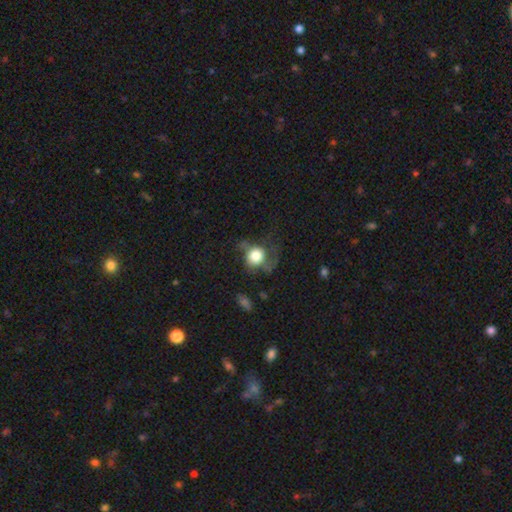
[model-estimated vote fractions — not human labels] smooth_or_featured: smooth (p=0.69) [alt: featured or disk p=0.22]
how_rounded: round (p=0.76) [alt: in between p=0.23]
merging: none (p=0.38) [alt: major disturbance p=0.35]